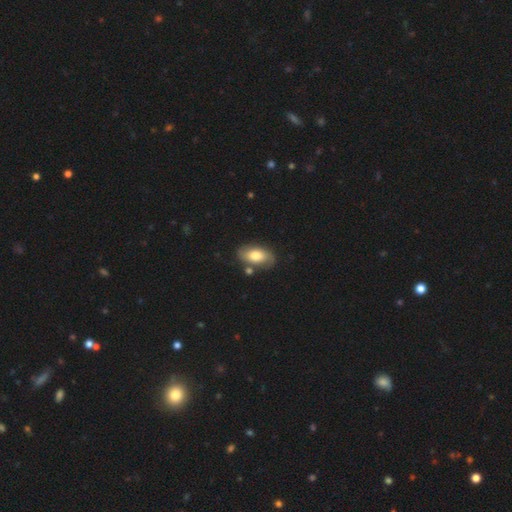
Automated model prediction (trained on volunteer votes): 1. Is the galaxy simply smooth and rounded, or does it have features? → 59% smooth, 34% featured or disk, 7% star or artifact.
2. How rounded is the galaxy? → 91% in between, 6% round, 3% cigar-shaped.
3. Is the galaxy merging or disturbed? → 71% none, 16% minor disturbance, 8% merger, 5% major disturbance.